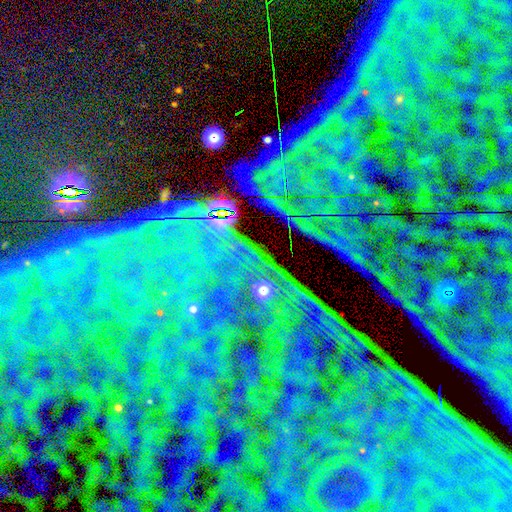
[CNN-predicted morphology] star or artifact 85%, featured or disk 8%, smooth 7%.